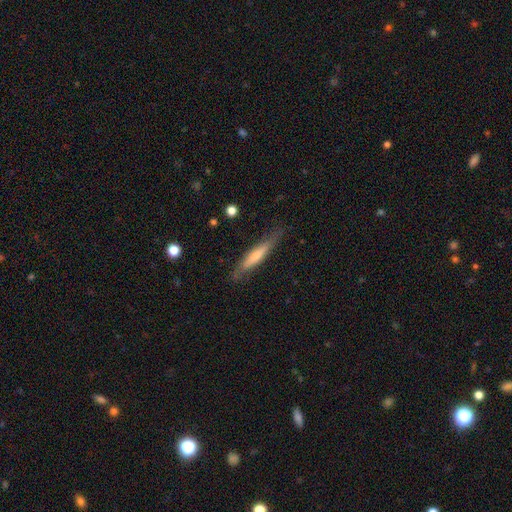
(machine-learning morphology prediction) Smooth or featured? smooth (49%)
Merging? none (80%)